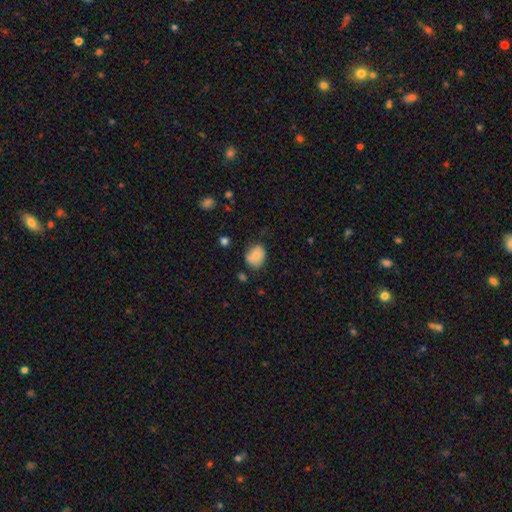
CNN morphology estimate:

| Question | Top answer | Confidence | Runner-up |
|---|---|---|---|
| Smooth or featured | smooth | 77% | featured or disk (15%) |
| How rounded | in between | 51% | round (48%) |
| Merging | none | 67% | minor disturbance (25%) |